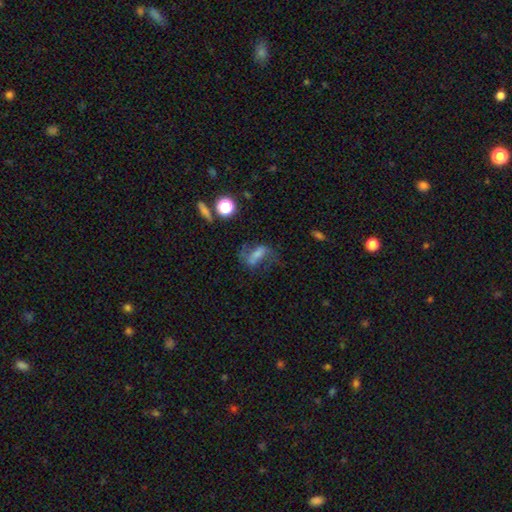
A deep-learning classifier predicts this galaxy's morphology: This is possibly a featured or disk galaxy (51%). It is clearly not viewed edge-on (89%). Merging: possibly none (51%).